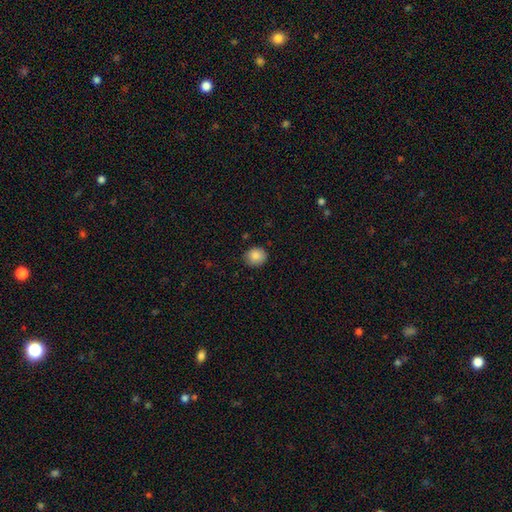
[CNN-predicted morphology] A smooth galaxy with no disk features (87%) that is round (77%). Merging: none (86%).